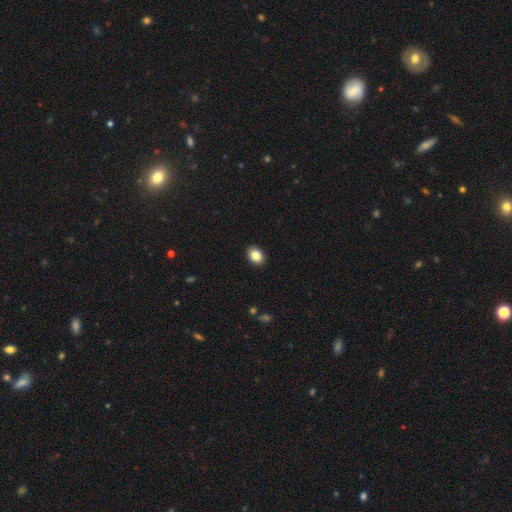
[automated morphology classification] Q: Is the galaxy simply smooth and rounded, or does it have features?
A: smooth — 85%.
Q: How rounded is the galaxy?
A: in between — 70%.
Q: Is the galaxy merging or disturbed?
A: none — 91%.